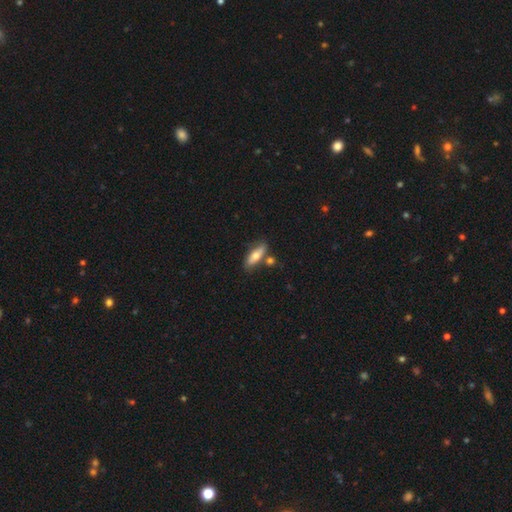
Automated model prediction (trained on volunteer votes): smooth-or-featured: smooth: 64% | featured or disk: 30% | star or artifact: 6%
  how-rounded: in between: 61% | cigar-shaped: 36% | round: 3%
  merging: none: 69% | minor disturbance: 14% | merger: 13% | major disturbance: 3%